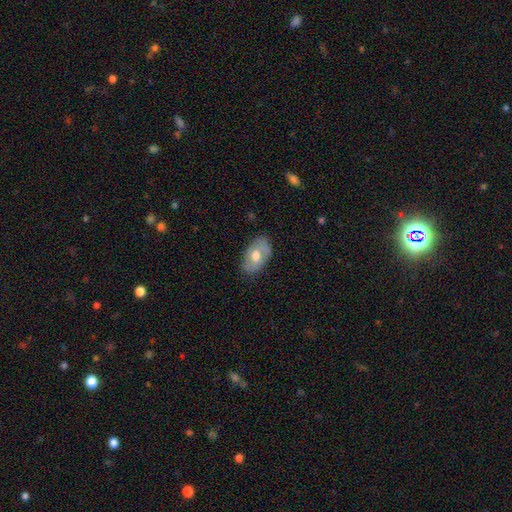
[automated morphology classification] This is likely a smooth galaxy (60%). How rounded: clearly in between (91%). Merging: likely none (74%).